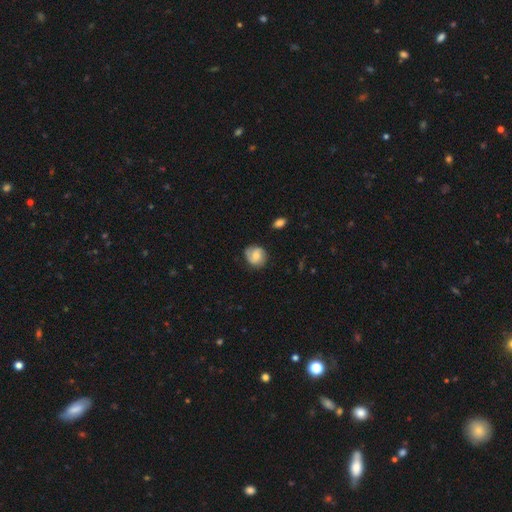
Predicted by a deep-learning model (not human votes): Smooth or featured? smooth (50%)
How rounded? round (79%)
Merging? none (75%)